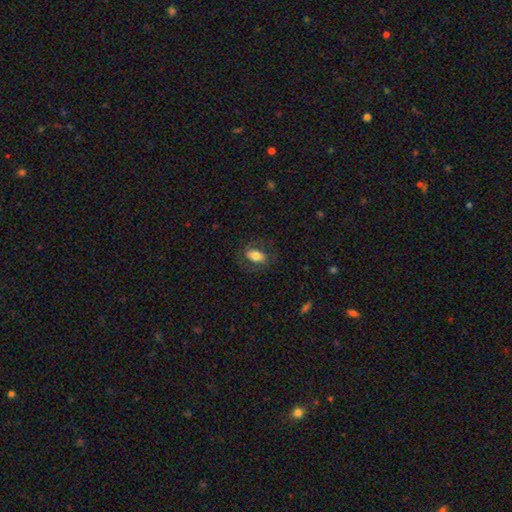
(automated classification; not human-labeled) smooth-or-featured: smooth: 67% | featured or disk: 25% | star or artifact: 8%
  how-rounded: in between: 88% | round: 9% | cigar-shaped: 3%
  merging: none: 73% | minor disturbance: 15% | major disturbance: 11% | merger: 1%